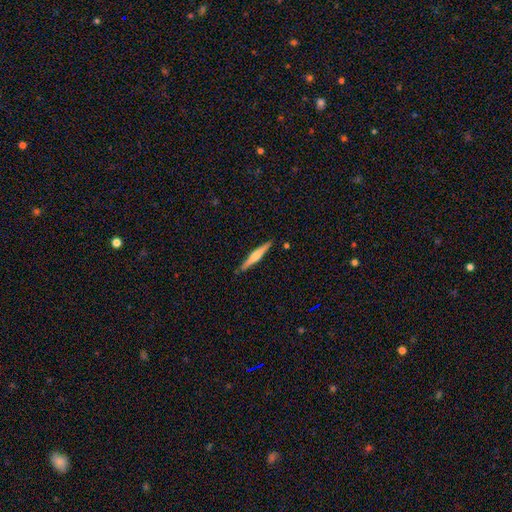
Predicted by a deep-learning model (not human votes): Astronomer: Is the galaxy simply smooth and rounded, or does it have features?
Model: featured or disk — 56% (runner-up: smooth, 38%).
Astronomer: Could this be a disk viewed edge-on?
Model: yes — 98%.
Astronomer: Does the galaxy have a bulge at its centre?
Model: rounded — 67%.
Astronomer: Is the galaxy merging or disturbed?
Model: none — 89%.